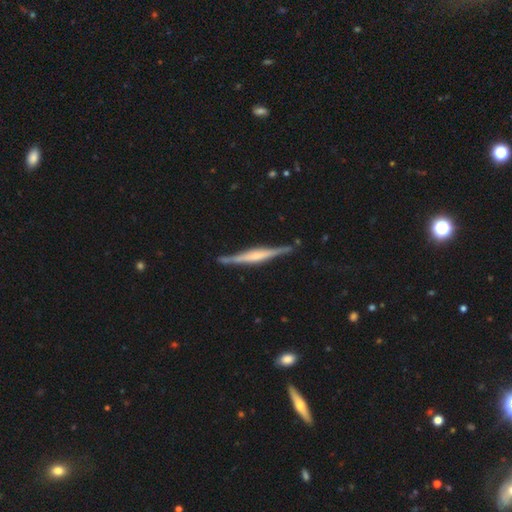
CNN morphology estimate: A featured or disk galaxy (77%) viewed edge-on (98%) with a rounded central bulge (46%).

Vote fractions:
- Smooth or featured? featured or disk: 77% / smooth: 17% / star or artifact: 5%
- Edge-on disk? yes: 98% / no: 2%
- Edge-on bulge? rounded: 46% / boxy: 37% / none: 16%
- Merging? none: 86% / minor disturbance: 10% / major disturbance: 2% / merger: 2%